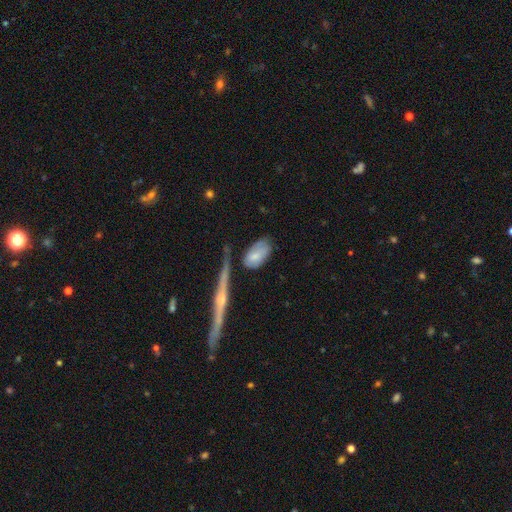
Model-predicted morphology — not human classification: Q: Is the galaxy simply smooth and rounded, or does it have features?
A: smooth — 69%.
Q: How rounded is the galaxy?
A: in between — 89%.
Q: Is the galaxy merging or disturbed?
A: none — 52%.